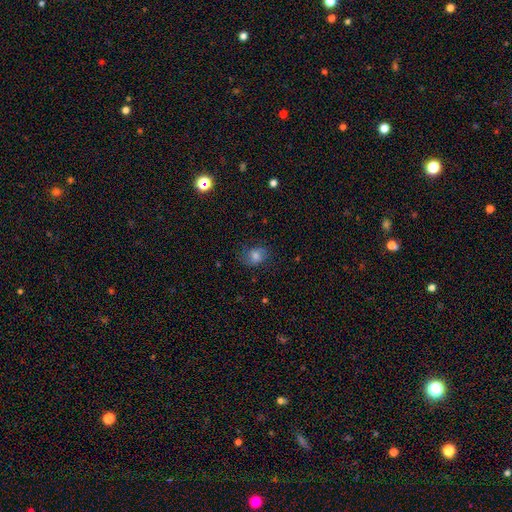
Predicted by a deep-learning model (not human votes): smooth 63%, featured or disk 21%, star or artifact 16%. Down the decision tree: how rounded — in between (49%, tied with round); merging — none (69%).